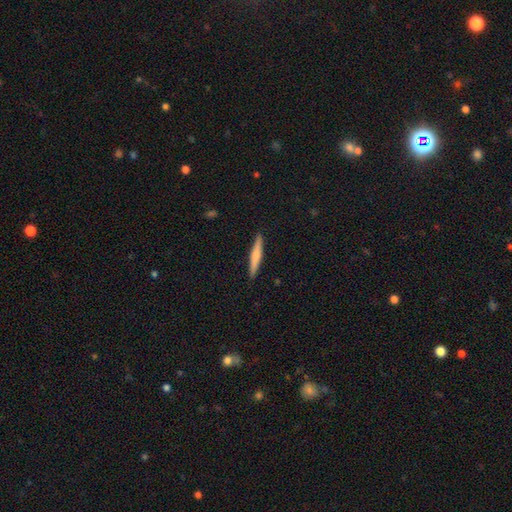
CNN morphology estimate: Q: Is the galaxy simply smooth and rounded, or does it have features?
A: smooth — 58%.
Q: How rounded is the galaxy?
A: cigar-shaped — 94%.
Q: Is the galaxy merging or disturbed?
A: none — 91%.